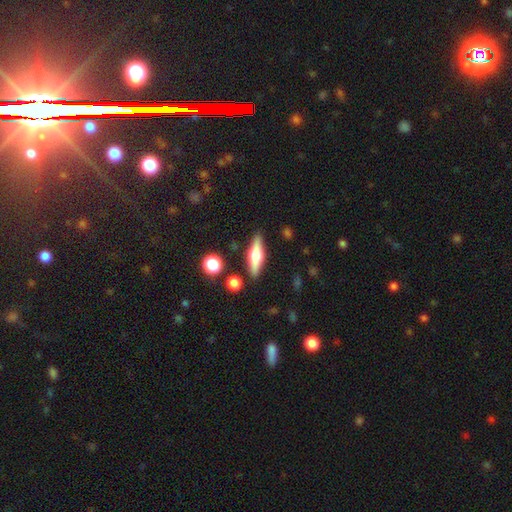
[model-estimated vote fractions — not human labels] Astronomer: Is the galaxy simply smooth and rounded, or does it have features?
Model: featured or disk — 51% (runner-up: smooth, 42%).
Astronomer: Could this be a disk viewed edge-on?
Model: yes — 93%.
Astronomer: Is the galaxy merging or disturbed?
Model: none — 85%.